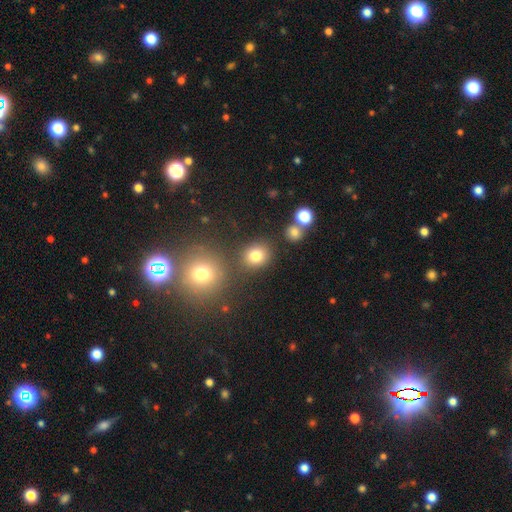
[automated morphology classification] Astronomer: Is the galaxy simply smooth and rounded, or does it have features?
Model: smooth — 79%.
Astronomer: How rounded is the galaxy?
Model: round — 76%.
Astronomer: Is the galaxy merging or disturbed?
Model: none — 80%.